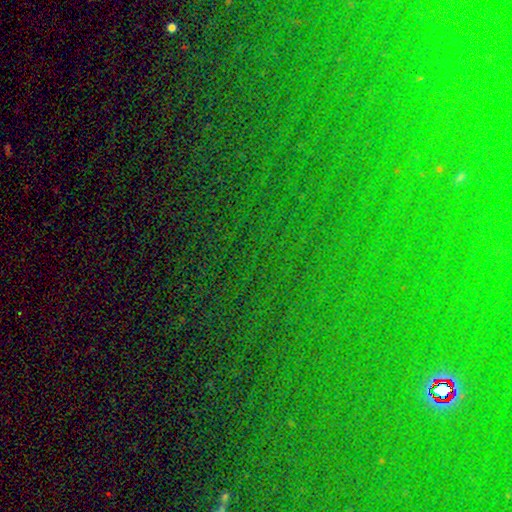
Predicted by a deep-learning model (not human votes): Q: Smooth or featured?
A: star or artifact (81%); runner-up: smooth (11%)